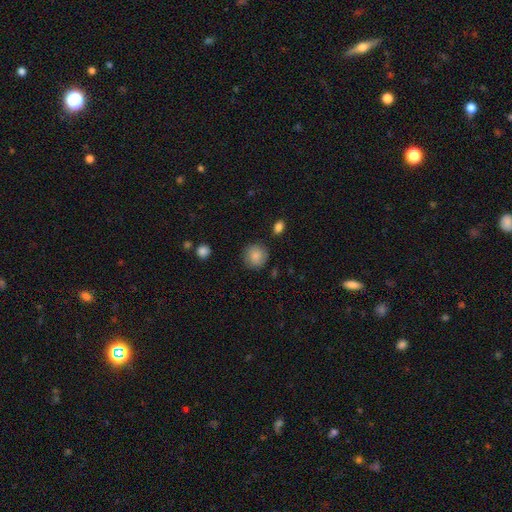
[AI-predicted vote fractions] Smooth or featured?
  - smooth: 82% *
  - featured or disk: 10%
  - star or artifact: 8%
How rounded?
  - round: 90% *
  - in between: 9%
  - cigar-shaped: 1%
Merging?
  - none: 82% *
  - minor disturbance: 12%
  - major disturbance: 4%
  - merger: 2%